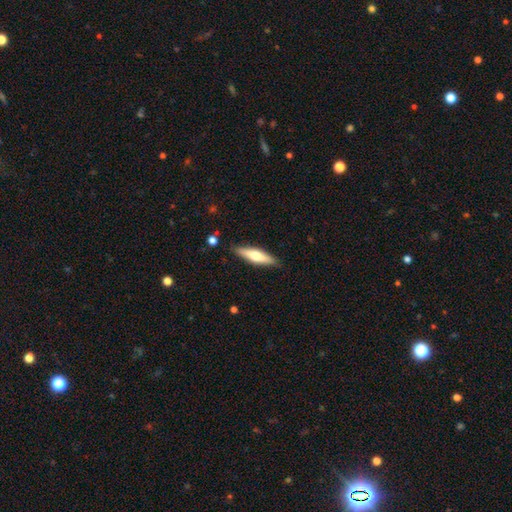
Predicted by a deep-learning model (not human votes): Smooth or featured? Predicted: smooth (p=0.52). How rounded? Predicted: cigar-shaped (p=0.67). Merging? Predicted: none (p=0.86).